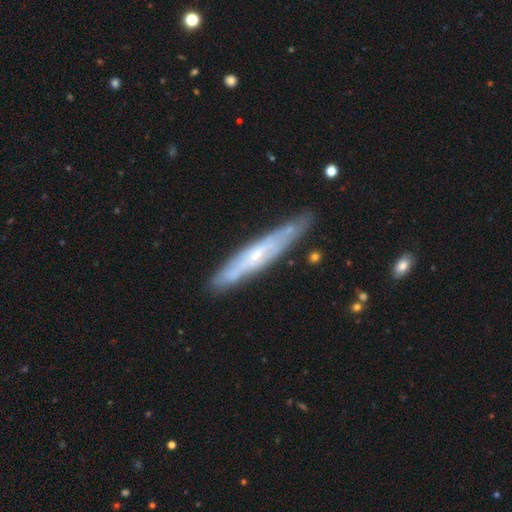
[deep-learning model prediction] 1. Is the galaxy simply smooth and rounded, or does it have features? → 68% featured or disk, 26% smooth, 6% star or artifact.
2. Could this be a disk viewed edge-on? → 70% yes, 30% no.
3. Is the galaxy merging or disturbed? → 81% none, 15% minor disturbance, 3% major disturbance, 2% merger.